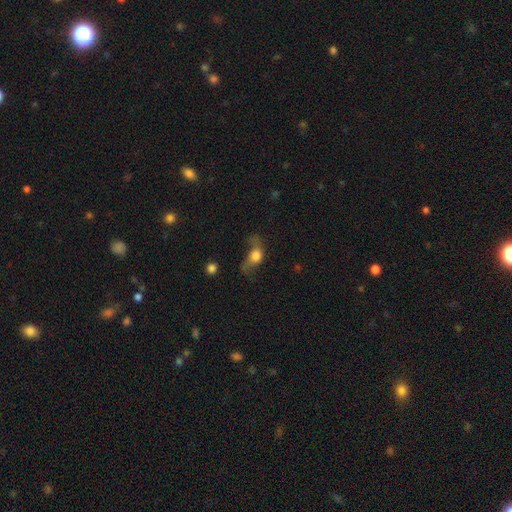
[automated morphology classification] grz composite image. It shows a smooth galaxy with no disk features (54%) that is in between round and cigar-shaped (54%). Merging: major disturbance (39%).